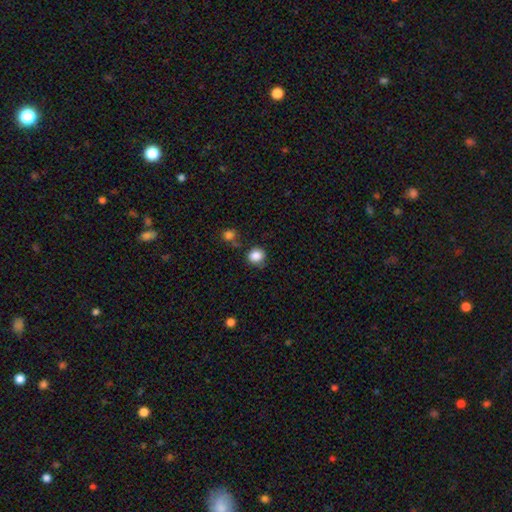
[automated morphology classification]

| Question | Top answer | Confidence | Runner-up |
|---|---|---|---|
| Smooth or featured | smooth | 86% | star or artifact (10%) |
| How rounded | round | 81% | in between (18%) |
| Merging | none | 75% | minor disturbance (15%) |